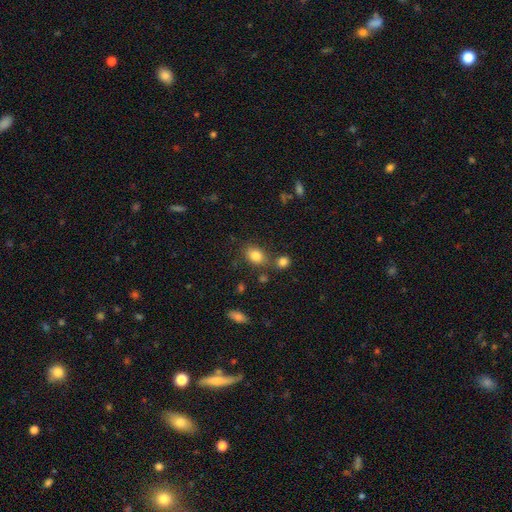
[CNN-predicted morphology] type=smooth (83%); roundness=in between (75%); merging=none (69%).